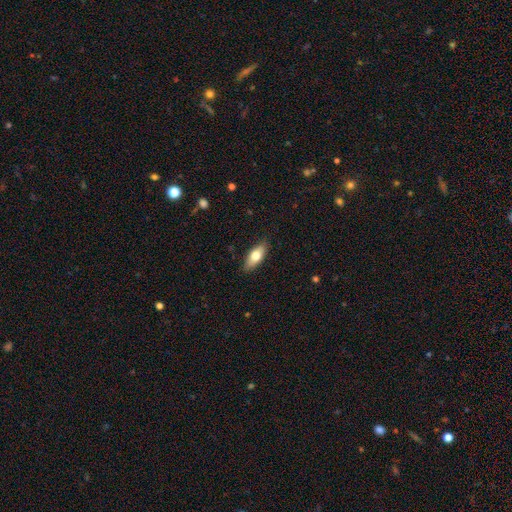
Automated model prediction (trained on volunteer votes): Overall: smooth (72%). How rounded: in between (76%). Merging: none (87%).